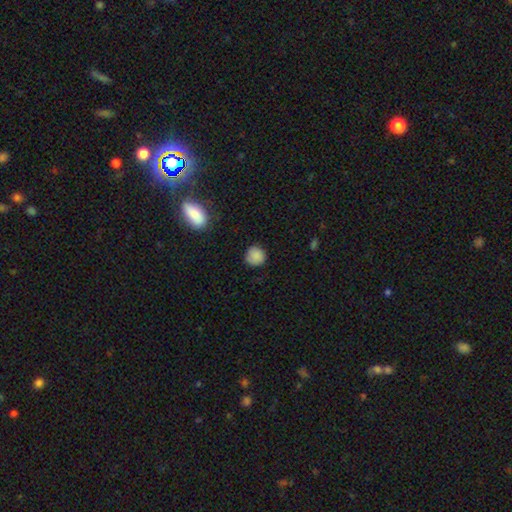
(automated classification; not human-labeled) Q: Smooth or featured?
A: smooth (86%); runner-up: star or artifact (9%)
Q: How rounded?
A: round (91%); runner-up: in between (7%)
Q: Merging?
A: none (84%); runner-up: minor disturbance (12%)